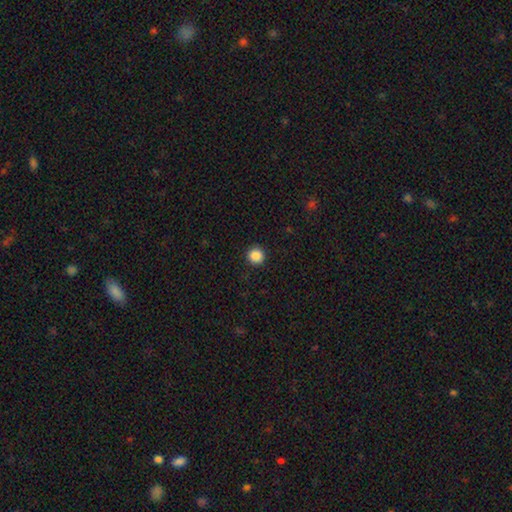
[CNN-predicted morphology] Overall: smooth (88%). How rounded: round (95%). Merging: none (93%).